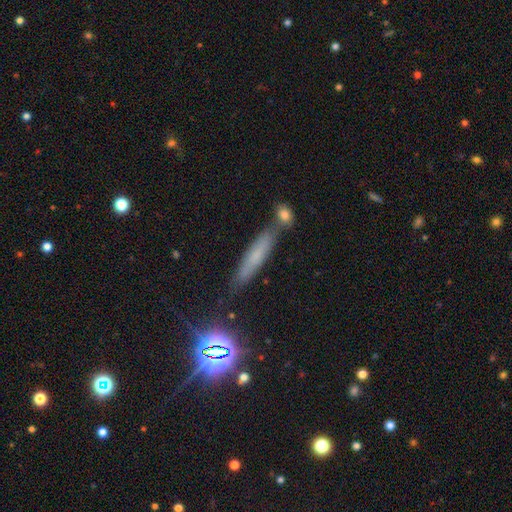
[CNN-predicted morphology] Overall: smooth (56%; featured or disk 24%). How rounded: cigar-shaped (87%). Merging: none (72%).